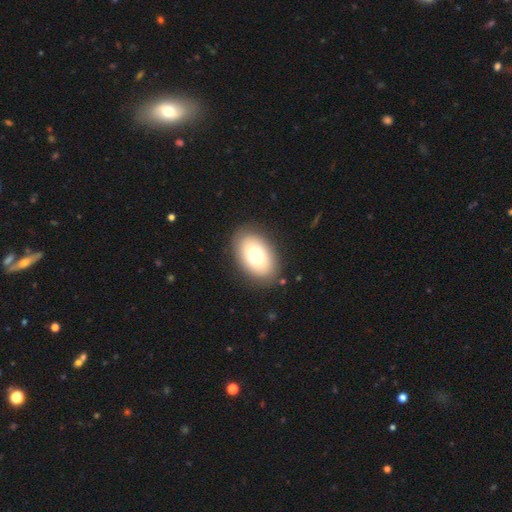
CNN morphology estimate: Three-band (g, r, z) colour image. It shows a smooth galaxy with no disk features (75%) that is in between round and cigar-shaped (88%). Merging: none (85%).